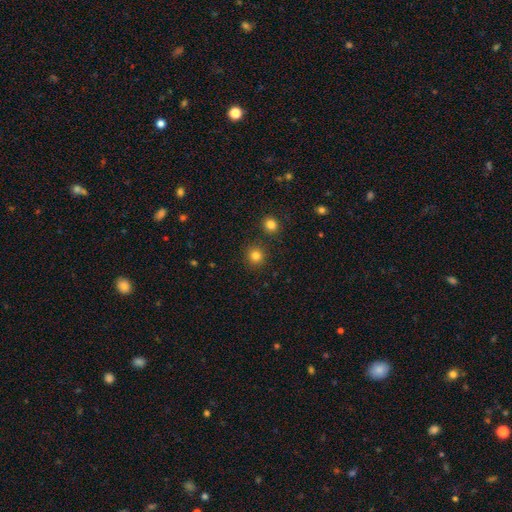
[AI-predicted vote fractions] The model was most divided on "smooth or featured": smooth: 82%, star or artifact: 13%, featured or disk: 5%. More confident: how rounded — round (93%); merging — none (88%).